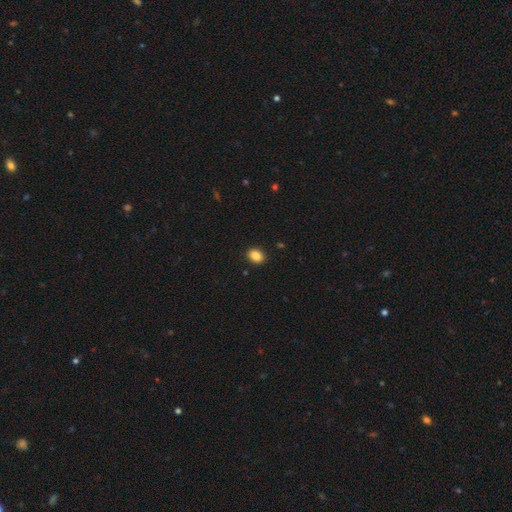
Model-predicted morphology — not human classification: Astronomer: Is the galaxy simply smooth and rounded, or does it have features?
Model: smooth — 88%.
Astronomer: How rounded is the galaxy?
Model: in between — 65%.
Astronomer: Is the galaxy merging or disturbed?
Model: none — 90%.